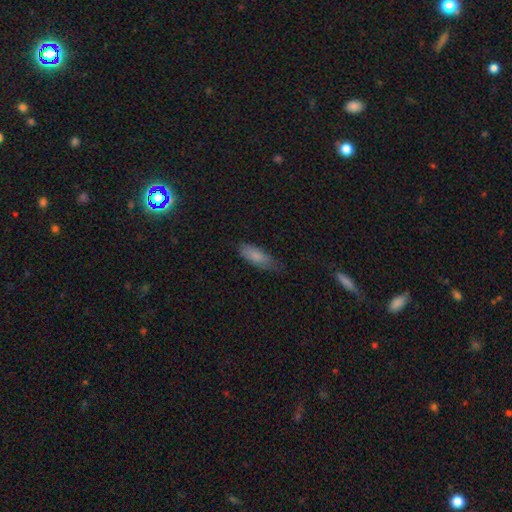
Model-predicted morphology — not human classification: Q: Smooth or featured?
A: smooth (82%); runner-up: featured or disk (10%)
Q: How rounded?
A: in between (67%); runner-up: cigar-shaped (31%)
Q: Merging?
A: none (64%); runner-up: minor disturbance (28%)